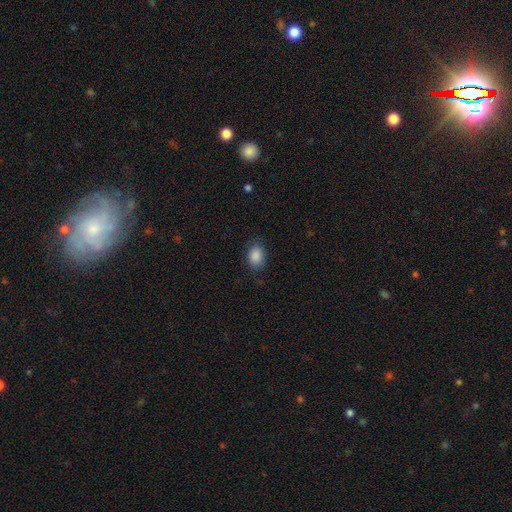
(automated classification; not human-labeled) A smooth galaxy with no disk features (88%) that is in between round and cigar-shaped (71%).

Vote fractions:
- Smooth or featured? smooth: 88% / star or artifact: 8% / featured or disk: 4%
- How rounded? in between: 71% / round: 27% / cigar-shaped: 1%
- Merging? none: 80% / minor disturbance: 15% / major disturbance: 4% / merger: 1%